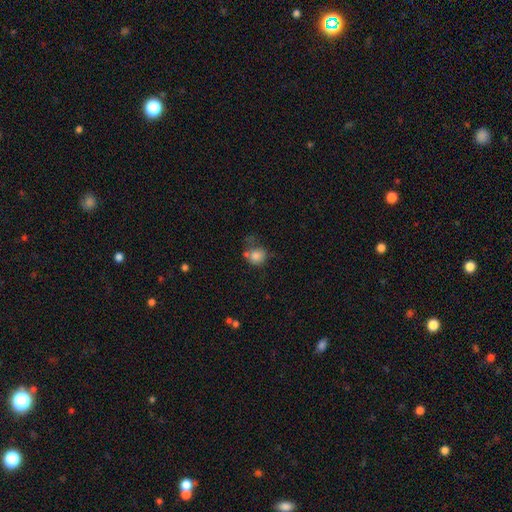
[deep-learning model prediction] Smooth or featured: smooth — 81% (star or artifact — 10%)
How rounded: round — 79% (in between — 20%)
Merging: none — 51% (minor disturbance — 23%)